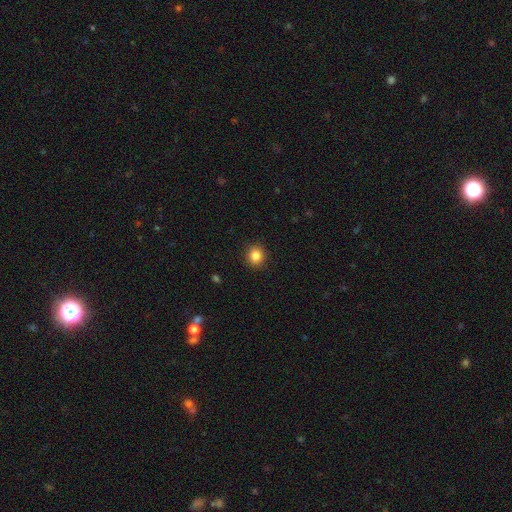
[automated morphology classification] type=smooth (84%); roundness=round (87%); merging=none (92%).